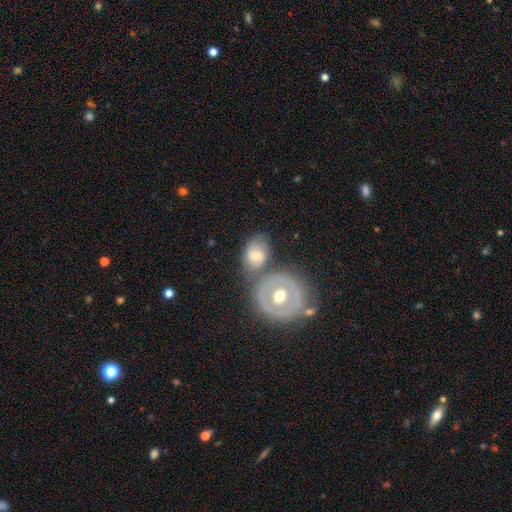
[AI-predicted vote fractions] This is possibly a smooth galaxy (53%). How rounded: likely in between (64%). Merging: marginally none (42%).